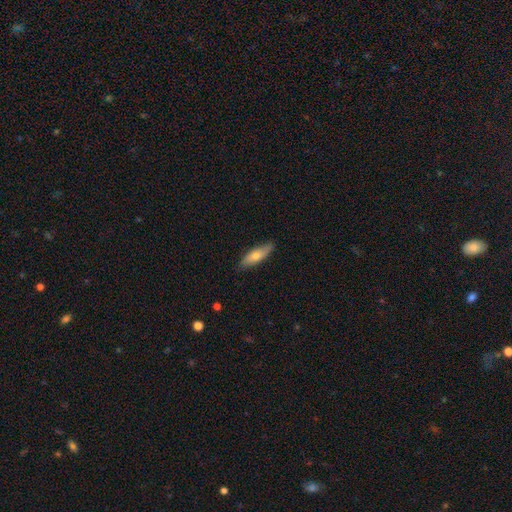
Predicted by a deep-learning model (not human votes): smooth-or-featured: smooth: 66% | featured or disk: 28% | star or artifact: 6%
  how-rounded: cigar-shaped: 55% | in between: 43% | round: 2%
  merging: none: 84% | minor disturbance: 13% | major disturbance: 2% | merger: 1%